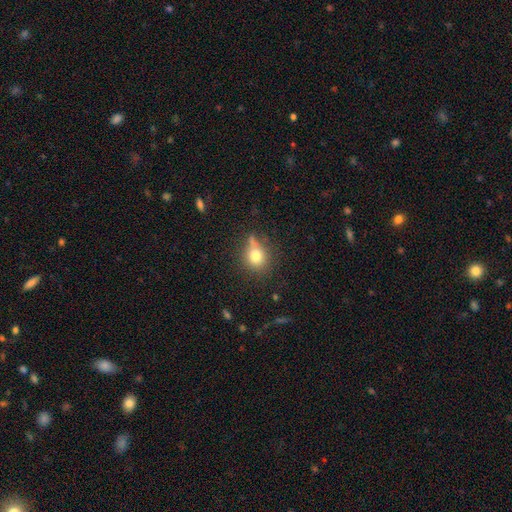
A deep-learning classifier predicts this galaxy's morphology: smooth 76%, star or artifact 13%, featured or disk 12%. Down the decision tree: how rounded — round (75%); merging — none (63%).